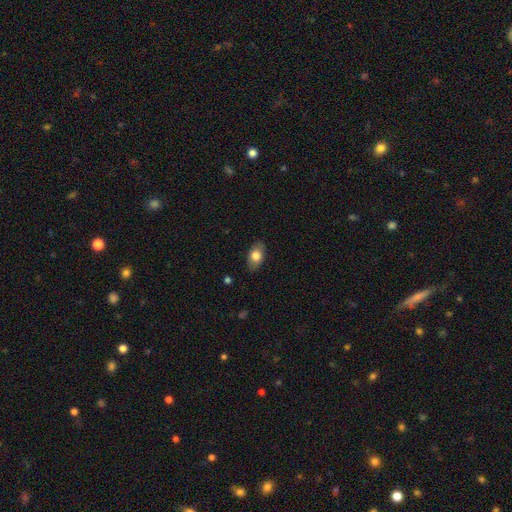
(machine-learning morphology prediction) This appears to be a smooth galaxy with no disk features (76%) that is in between round and cigar-shaped (90%). Merging: none (84%).